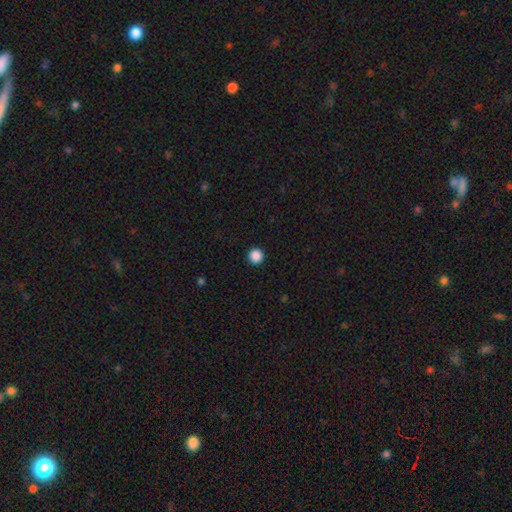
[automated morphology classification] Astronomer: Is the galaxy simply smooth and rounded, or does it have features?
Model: smooth — 88%.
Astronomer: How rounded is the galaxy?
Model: round — 97%.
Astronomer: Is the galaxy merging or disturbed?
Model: none — 94%.